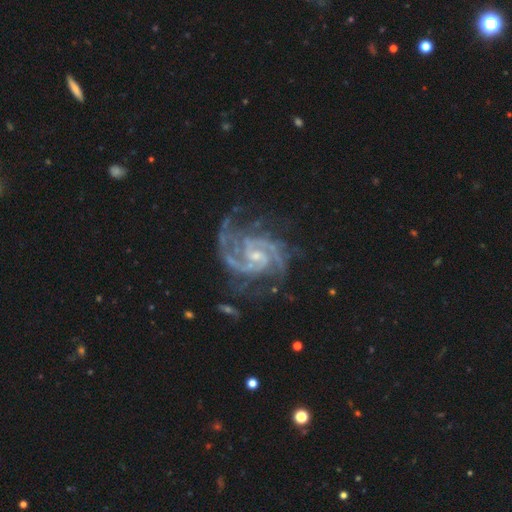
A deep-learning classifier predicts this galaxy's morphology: Q: Smooth or featured?
A: featured or disk (93%); runner-up: star or artifact (5%)
Q: Edge-on disk?
A: no (98%); runner-up: yes (2%)
Q: Bar?
A: weak (44%); runner-up: no (43%)
Q: Spiral arms?
A: yes (99%); runner-up: no (1%)
Q: Spiral winding?
A: medium (47%); runner-up: tight (46%)
Q: Spiral arm count?
A: 2 (53%); runner-up: 3 (20%)
Q: Bulge size?
A: small (68%); runner-up: moderate (25%)
Q: Merging?
A: none (64%); runner-up: minor disturbance (20%)